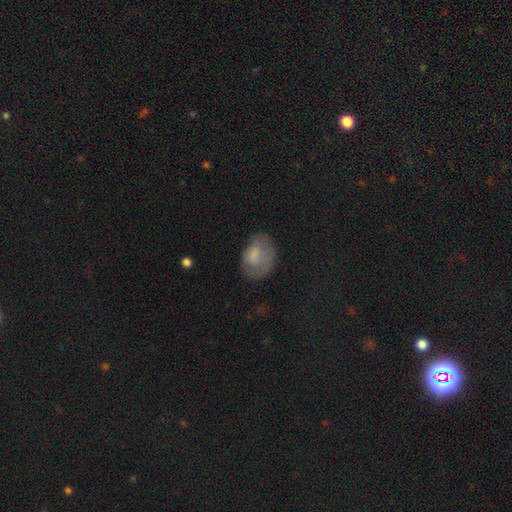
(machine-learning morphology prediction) smooth-or-featured: smooth: 66% | featured or disk: 24% | star or artifact: 10%
  how-rounded: in between: 72% | round: 27% | cigar-shaped: 1%
  merging: none: 51% | minor disturbance: 29% | major disturbance: 19% | merger: 2%